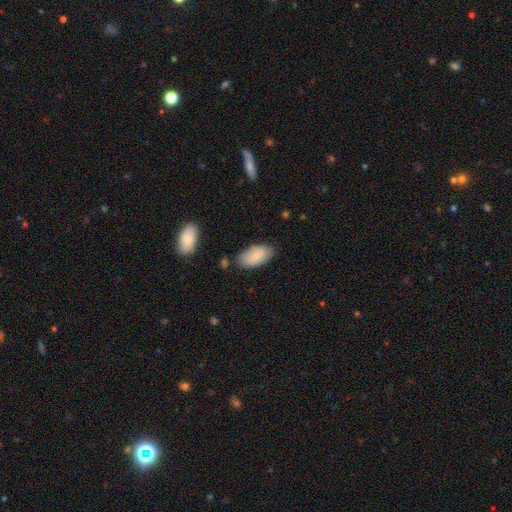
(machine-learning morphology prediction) A smooth galaxy with no disk features (78%) that is in between round and cigar-shaped (95%). Merging: none (74%).